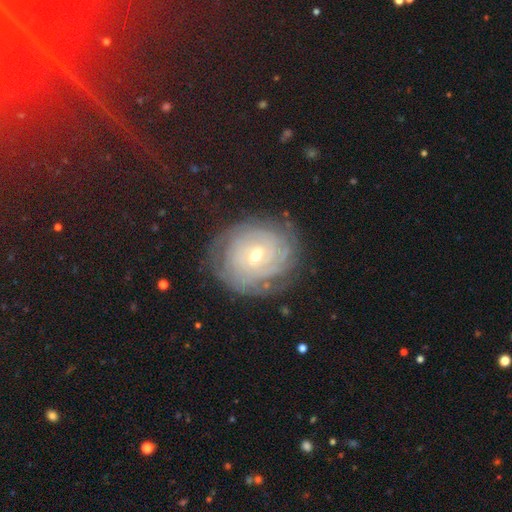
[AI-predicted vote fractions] featured or disk 82%, smooth 12%, star or artifact 7%. Down the decision tree: edge-on disk — no (97%); bar — weak (48%); spiral arms — yes (94%); spiral arm count — can't tell (45%); spiral winding — tight (85%); bulge size — small (55%); merging — none (79%).